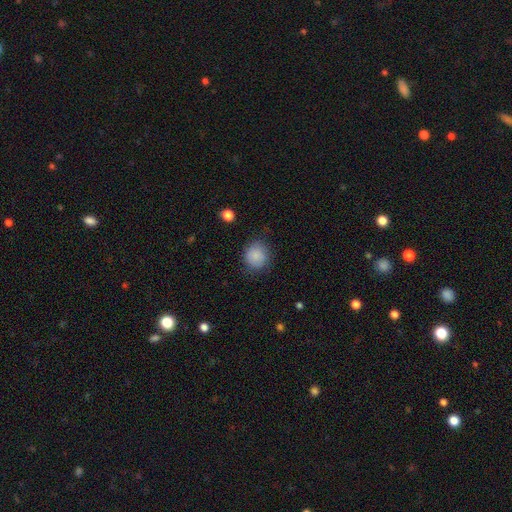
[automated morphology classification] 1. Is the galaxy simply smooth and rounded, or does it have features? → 86% smooth, 9% star or artifact, 5% featured or disk.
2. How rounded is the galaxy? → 83% round, 16% in between, 1% cigar-shaped.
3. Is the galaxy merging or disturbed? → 77% none, 17% minor disturbance, 5% major disturbance, 1% merger.